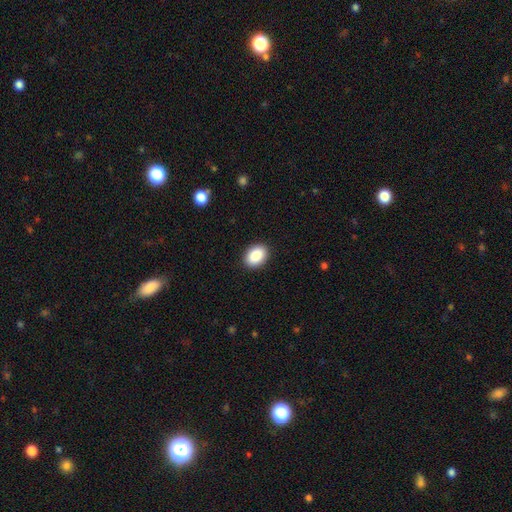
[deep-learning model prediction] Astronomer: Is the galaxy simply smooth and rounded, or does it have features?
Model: smooth — 89%.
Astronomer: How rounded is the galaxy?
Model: in between — 78%.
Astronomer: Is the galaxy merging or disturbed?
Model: none — 91%.